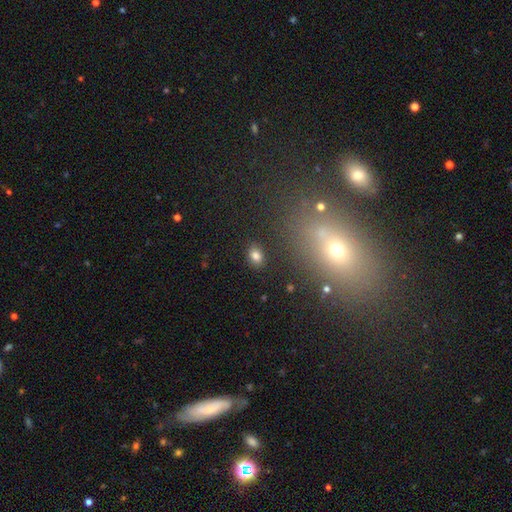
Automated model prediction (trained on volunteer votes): The model was most divided on "how rounded": in between: 72%, round: 27%, cigar-shaped: 1%. More confident: merging — none (86%); smooth or featured — smooth (81%).